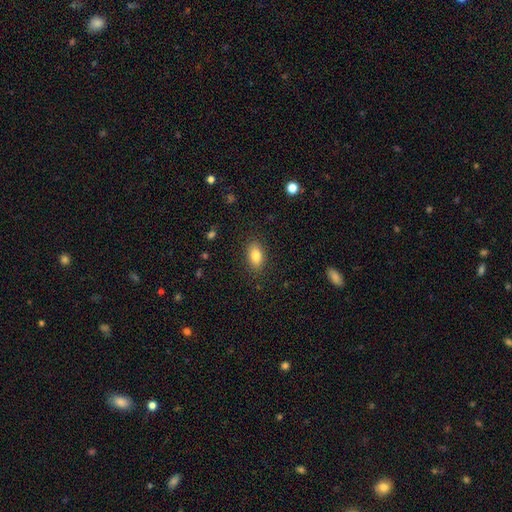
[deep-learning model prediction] Overall: smooth (82%). How rounded: in between (88%). Merging: none (87%).